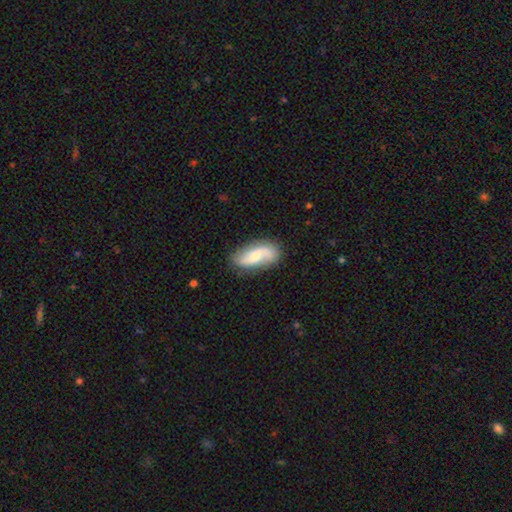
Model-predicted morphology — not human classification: smooth-or-featured: featured or disk: 60% | smooth: 34% | star or artifact: 6%
  disk-edge-on: no: 93% | yes: 7%
    bar: no: 54% | weak: 36% | strong: 10%
    has-spiral-arms: yes: 90% | no: 10%
      spiral-winding: loose: 62% | medium: 28% | tight: 10%
      spiral-arm-count: 2: 85% | can't tell: 6% | 1: 6% | 3: 1% | 4: 1% | more than 4: 1%
    bulge-size: moderate: 46% | small: 41% | large: 6% | none: 6% | dominant: 1%
  merging: none: 74% | minor disturbance: 18% | major disturbance: 5% | merger: 3%